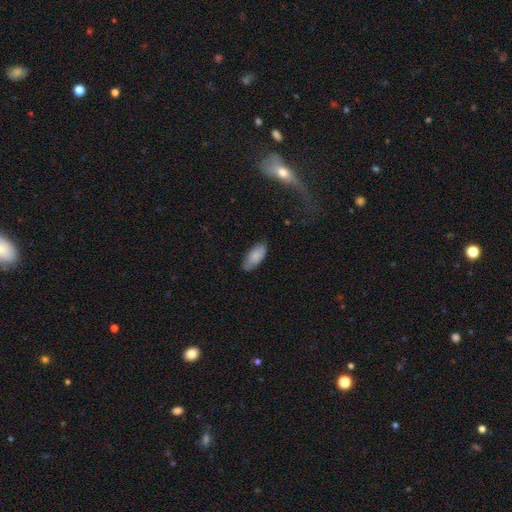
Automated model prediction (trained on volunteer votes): This appears to be a smooth galaxy with no disk features (87%) that is in between round and cigar-shaped (87%). Merging: none (81%).